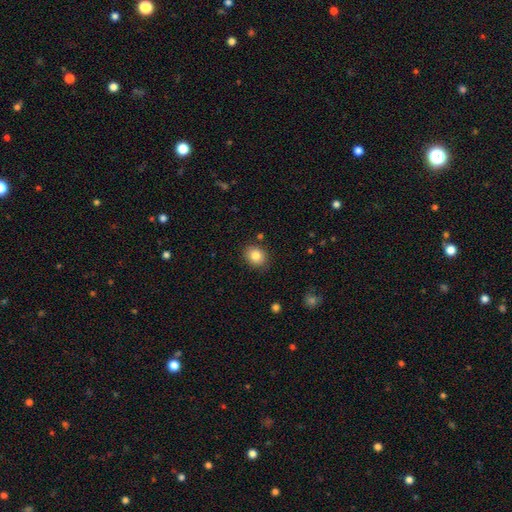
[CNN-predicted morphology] type=smooth (83%); roundness=round (62%); merging=none (86%).